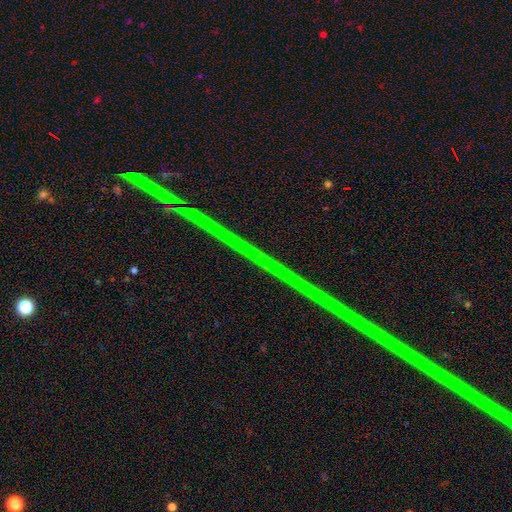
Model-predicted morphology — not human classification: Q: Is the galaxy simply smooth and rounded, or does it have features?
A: star or artifact — 90%.